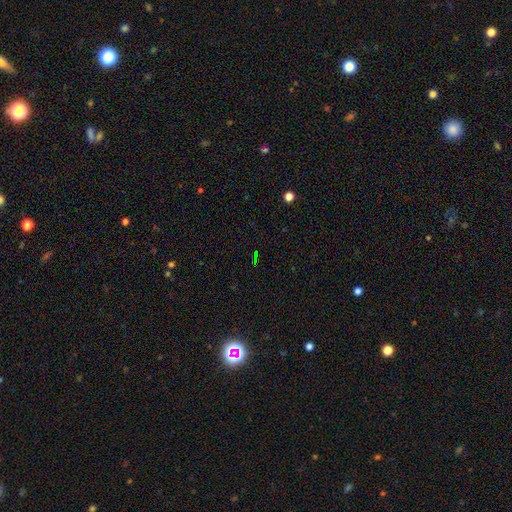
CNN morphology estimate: Overall: star or artifact (73%).